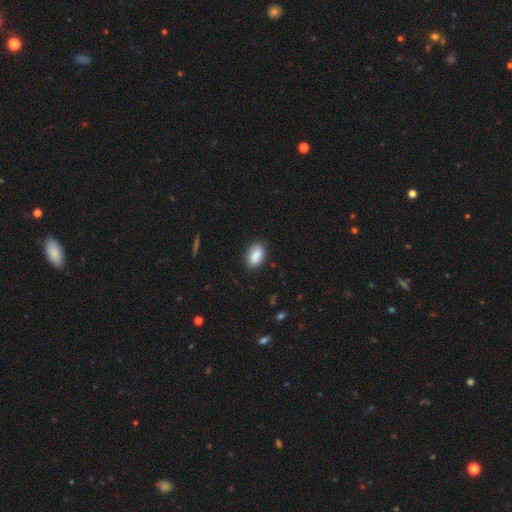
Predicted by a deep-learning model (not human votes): Smooth or featured: smooth — 87% (star or artifact — 7%)
How rounded: in between — 89% (round — 9%)
Merging: none — 82% (minor disturbance — 14%)